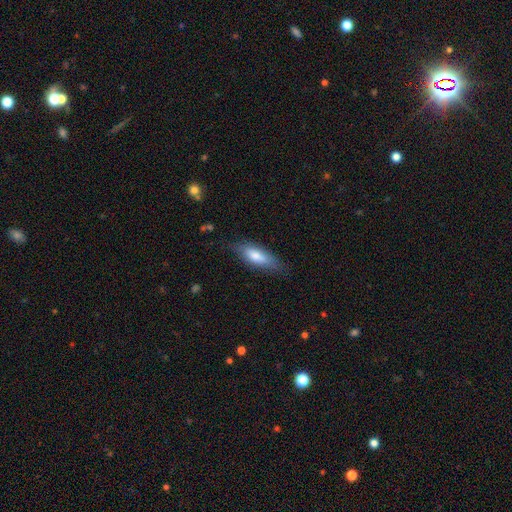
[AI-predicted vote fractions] Smooth or featured: smooth — 72% (featured or disk — 21%)
How rounded: in between — 55% (cigar-shaped — 43%)
Merging: none — 76% (minor disturbance — 19%)